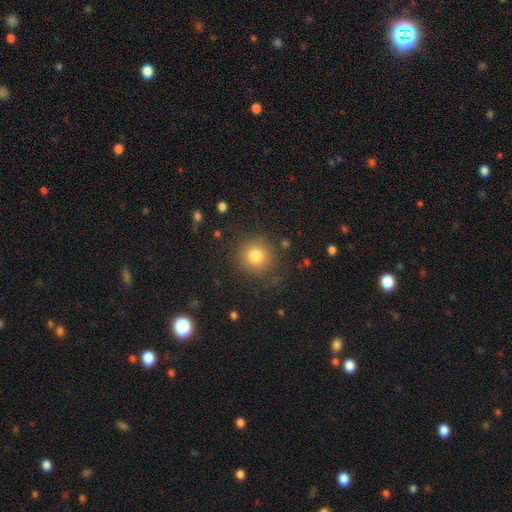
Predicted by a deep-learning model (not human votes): smooth-or-featured: smooth: 80% | star or artifact: 13% | featured or disk: 7%
  how-rounded: round: 91% | in between: 9% | cigar-shaped: 1%
  merging: none: 85% | minor disturbance: 9% | major disturbance: 4% | merger: 2%